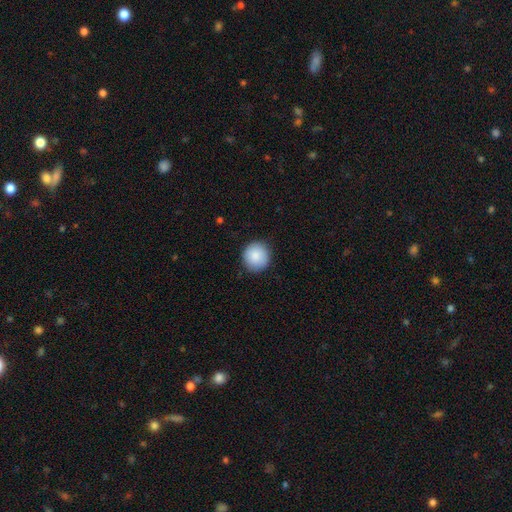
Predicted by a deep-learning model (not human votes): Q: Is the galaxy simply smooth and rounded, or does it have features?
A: smooth — 88%.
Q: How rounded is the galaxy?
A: round — 93%.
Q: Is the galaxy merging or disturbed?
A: none — 89%.